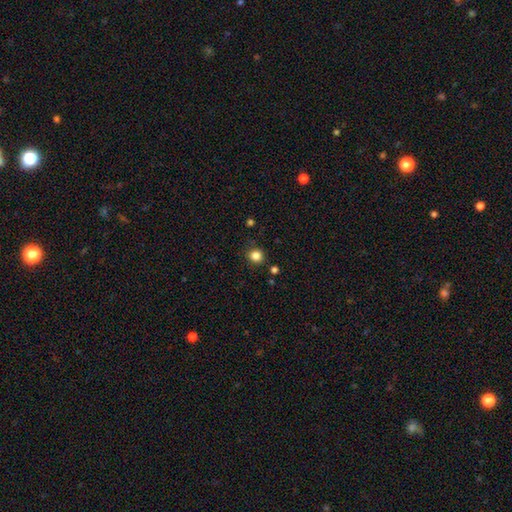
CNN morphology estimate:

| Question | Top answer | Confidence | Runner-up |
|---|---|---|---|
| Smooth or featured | smooth | 83% | star or artifact (13%) |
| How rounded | round | 89% | in between (10%) |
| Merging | none | 87% | minor disturbance (8%) |